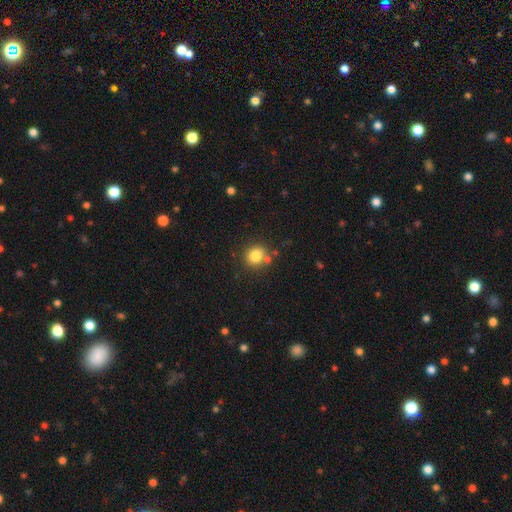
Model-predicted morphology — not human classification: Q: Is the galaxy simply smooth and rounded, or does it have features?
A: smooth — 81%.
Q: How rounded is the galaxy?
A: round — 82%.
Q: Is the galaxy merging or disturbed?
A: none — 74%.